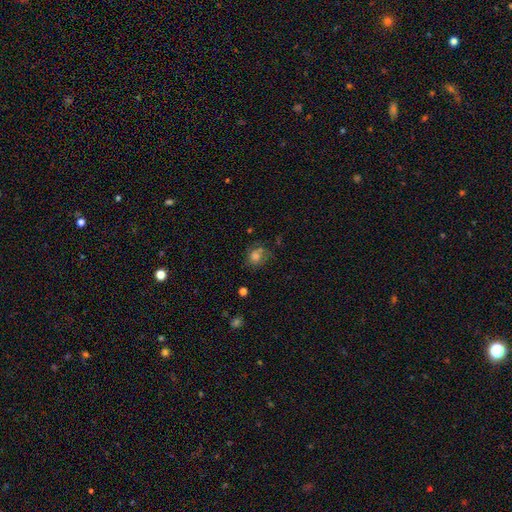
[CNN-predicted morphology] This appears to be a smooth galaxy with no disk features (60%) that is round (71%). Merging: none (56%).